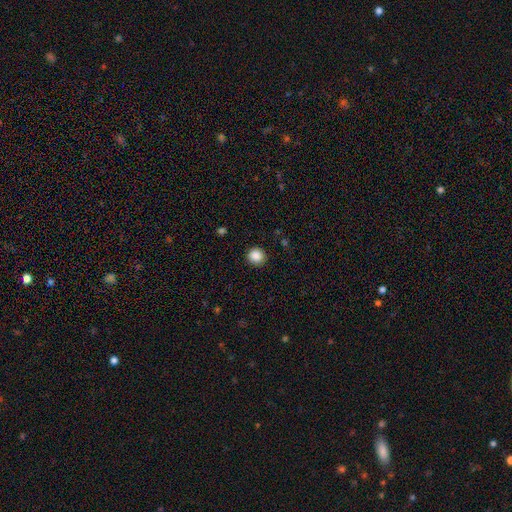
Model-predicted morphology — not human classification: smooth-or-featured: smooth: 87% | star or artifact: 9% | featured or disk: 3%
  how-rounded: round: 91% | in between: 8% | cigar-shaped: 1%
  merging: none: 90% | minor disturbance: 7% | major disturbance: 2% | merger: 1%